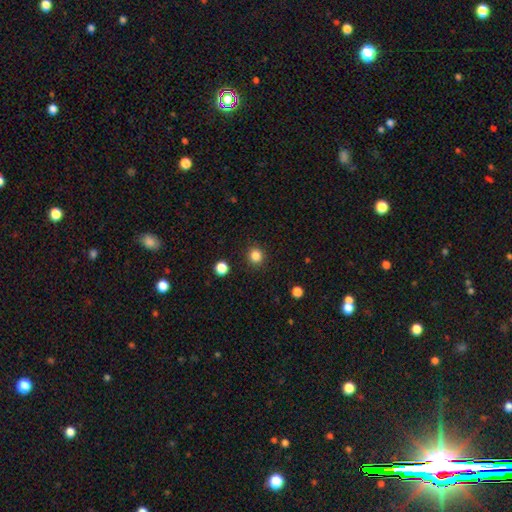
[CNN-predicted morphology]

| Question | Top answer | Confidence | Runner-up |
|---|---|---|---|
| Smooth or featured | smooth | 84% | star or artifact (12%) |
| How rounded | round | 91% | in between (8%) |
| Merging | none | 90% | minor disturbance (6%) |